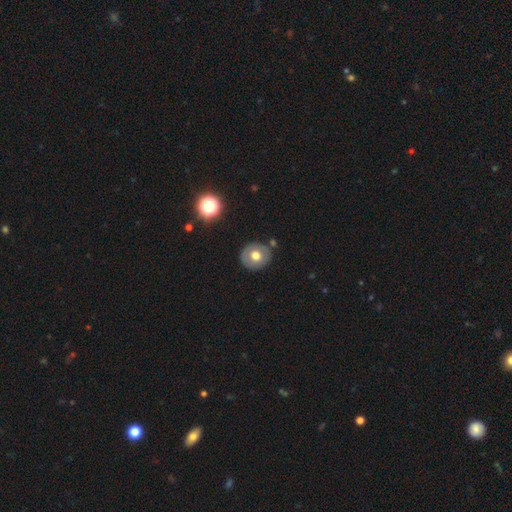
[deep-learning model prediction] Smooth or featured? Predicted: smooth (p=0.60). How rounded? Predicted: round (p=0.83). Merging? Predicted: none (p=0.83).